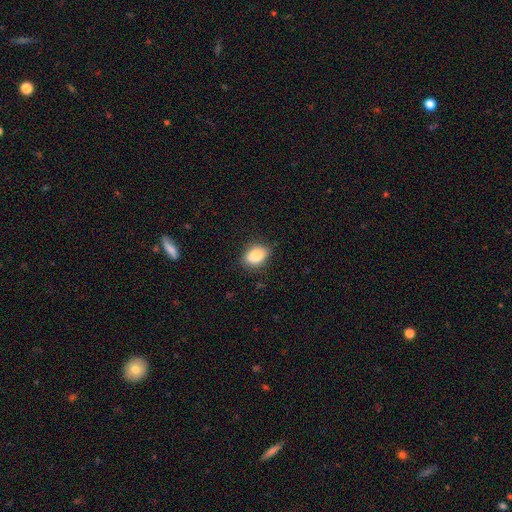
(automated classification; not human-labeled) smooth_or_featured: smooth (p=0.86) [alt: star or artifact p=0.08]
how_rounded: in between (p=0.79) [alt: round p=0.19]
merging: none (p=0.83) [alt: minor disturbance p=0.13]